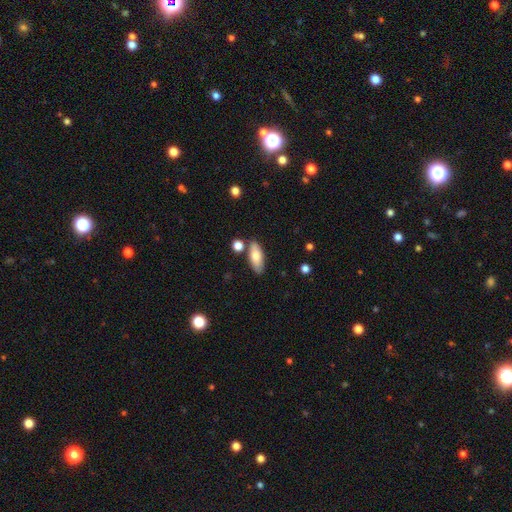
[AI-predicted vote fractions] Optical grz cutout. It shows a smooth galaxy with no disk features (77%) that is in between round and cigar-shaped (78%). Merging: none (76%).